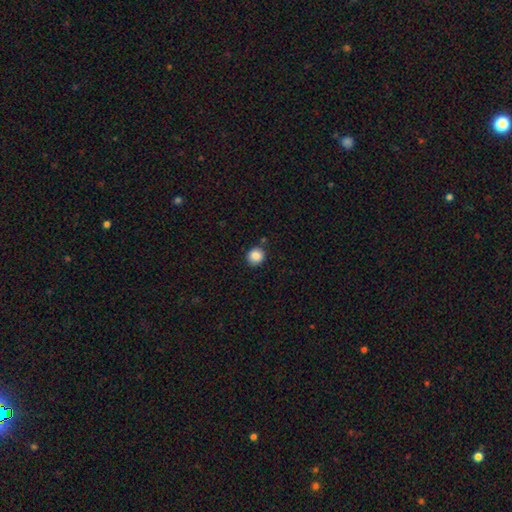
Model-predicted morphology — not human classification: Overall: smooth (87%). How rounded: round (88%). Merging: none (84%).